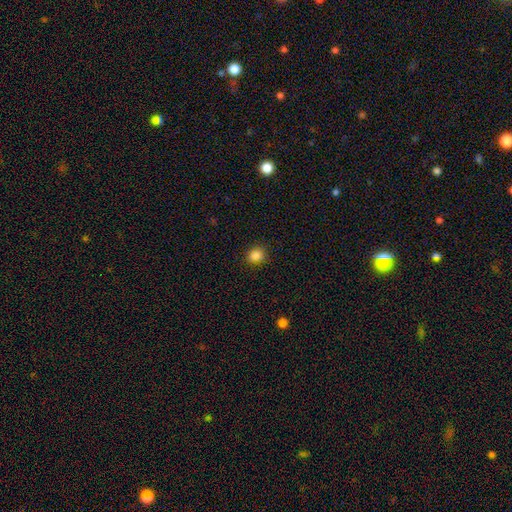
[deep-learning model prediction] Smooth or featured: smooth — 85% (star or artifact — 12%)
How rounded: round — 63% (in between — 36%)
Merging: none — 87% (minor disturbance — 9%)